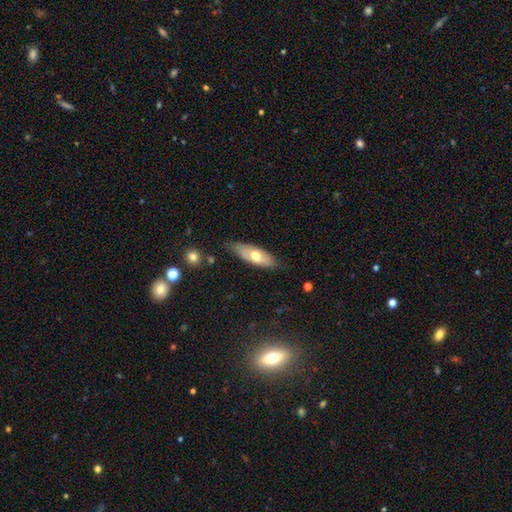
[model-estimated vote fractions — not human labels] Smooth or featured?
  - smooth: 58% *
  - featured or disk: 36%
  - star or artifact: 6%
How rounded?
  - in between: 71% *
  - cigar-shaped: 27%
  - round: 2%
Merging?
  - none: 77% *
  - minor disturbance: 18%
  - major disturbance: 3%
  - merger: 2%